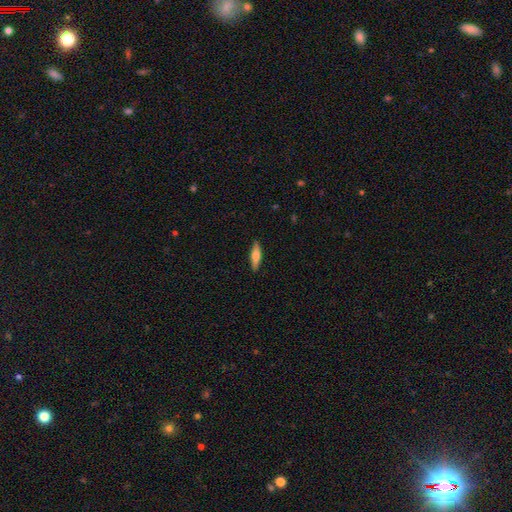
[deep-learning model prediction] Overall: smooth (59%; featured or disk 35%). How rounded: cigar-shaped (67%; in between 31%). Merging: none (89%).